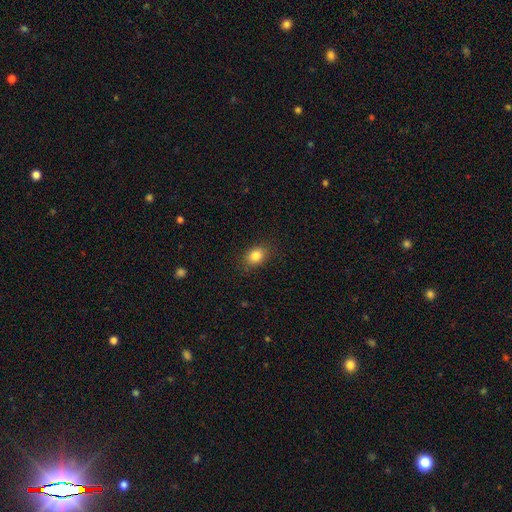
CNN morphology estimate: type=smooth (84%); roundness=in between (67%); merging=none (85%).